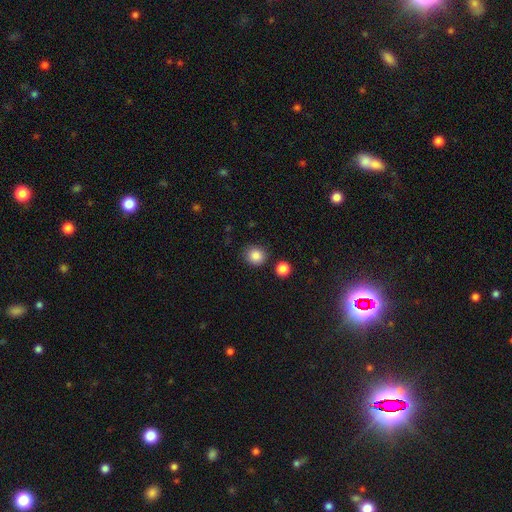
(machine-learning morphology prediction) Smooth or featured: smooth — 86% (star or artifact — 10%)
How rounded: round — 85% (in between — 14%)
Merging: none — 83% (minor disturbance — 10%)